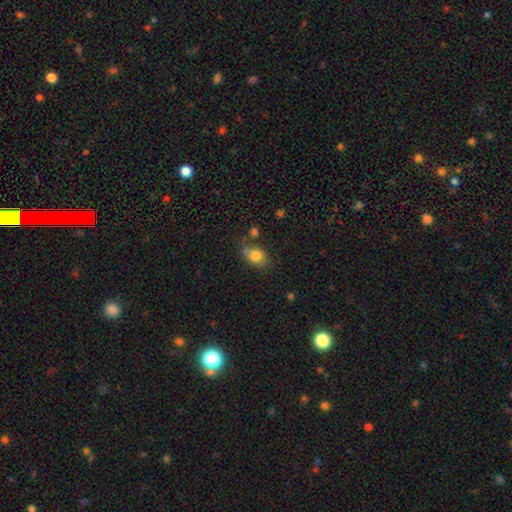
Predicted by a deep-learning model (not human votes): Q: Smooth or featured?
A: smooth (80%); runner-up: star or artifact (10%)
Q: How rounded?
A: in between (50%); runner-up: round (49%)
Q: Merging?
A: none (58%); runner-up: minor disturbance (20%)